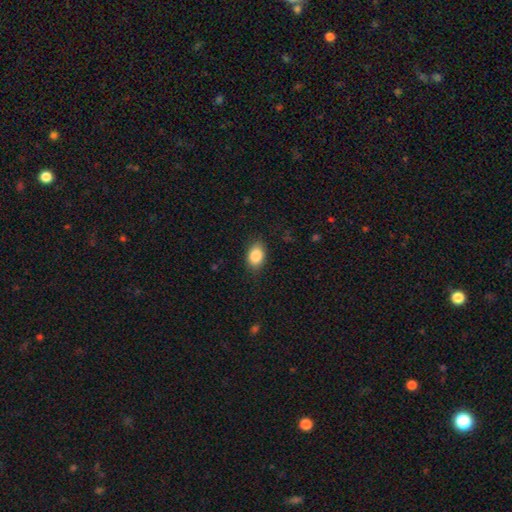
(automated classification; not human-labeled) This appears to be a smooth galaxy with no disk features (86%) that is in between round and cigar-shaped (82%). Merging: none (85%).